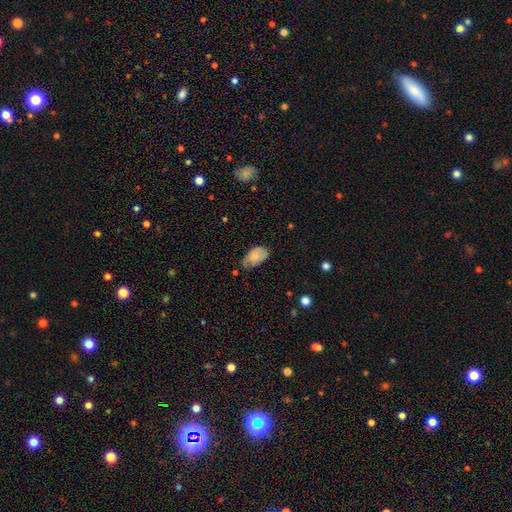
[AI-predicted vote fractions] Smooth or featured? smooth (76%)
How rounded? in between (93%)
Merging? none (46%)